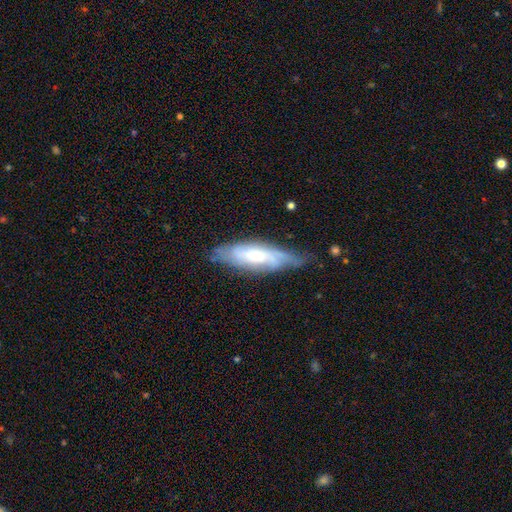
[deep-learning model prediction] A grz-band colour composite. It shows a featured or disk galaxy (64%). Merging: none (66%).